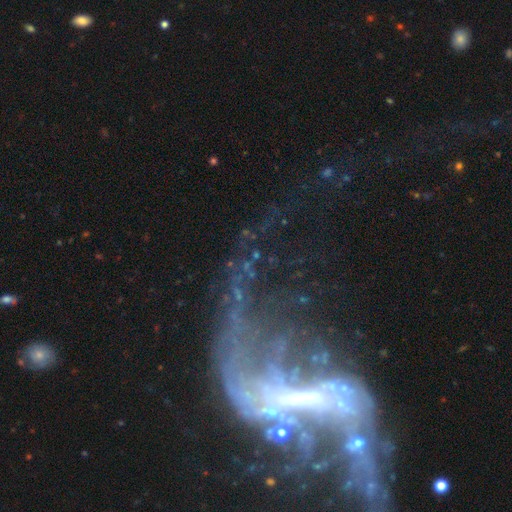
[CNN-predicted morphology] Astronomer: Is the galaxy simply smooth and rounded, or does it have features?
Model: star or artifact — 43% (runner-up: featured or disk, 42%).